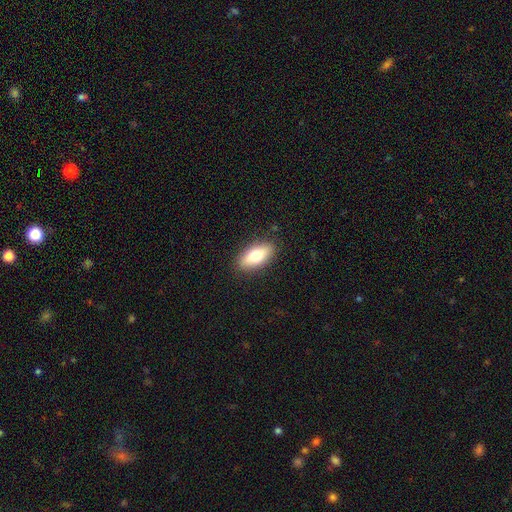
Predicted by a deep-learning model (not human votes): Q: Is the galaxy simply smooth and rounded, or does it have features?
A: smooth — 73%.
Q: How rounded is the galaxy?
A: in between — 84%.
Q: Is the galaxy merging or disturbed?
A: none — 88%.